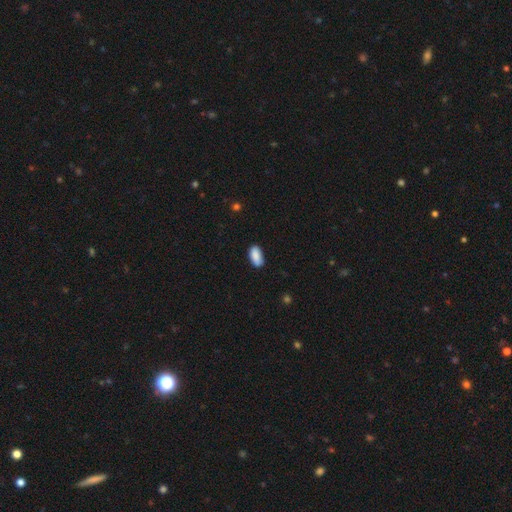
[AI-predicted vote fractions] Smooth or featured?
  - smooth: 88% *
  - star or artifact: 7%
  - featured or disk: 5%
How rounded?
  - in between: 93% *
  - cigar-shaped: 5%
  - round: 3%
Merging?
  - none: 79% *
  - minor disturbance: 17%
  - major disturbance: 3%
  - merger: 2%